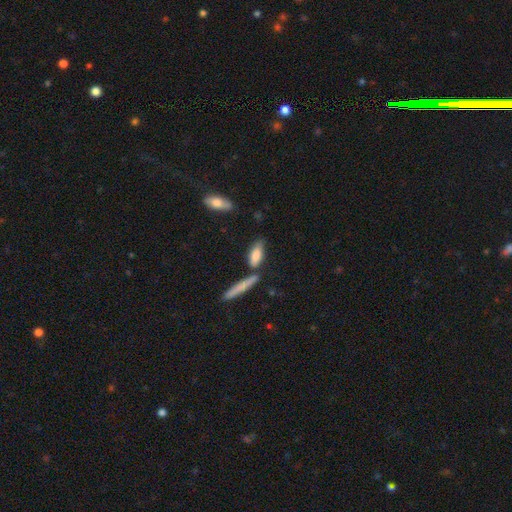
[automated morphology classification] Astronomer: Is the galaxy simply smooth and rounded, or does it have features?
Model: smooth — 78%.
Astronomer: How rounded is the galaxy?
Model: in between — 64%.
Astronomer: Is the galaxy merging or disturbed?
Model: none — 59%.